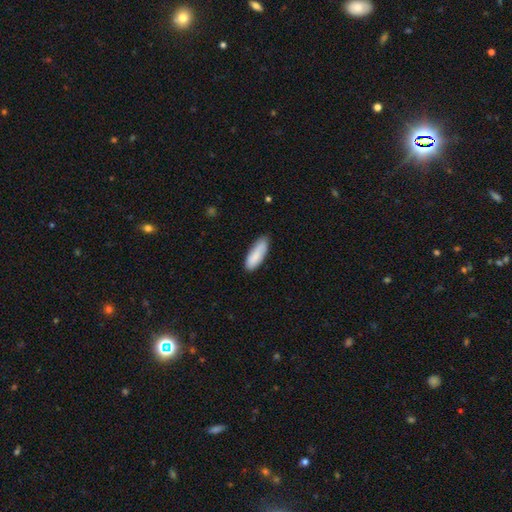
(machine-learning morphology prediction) Smooth or featured: smooth — 86% (featured or disk — 8%)
How rounded: in between — 62% (cigar-shaped — 36%)
Merging: none — 81% (minor disturbance — 16%)